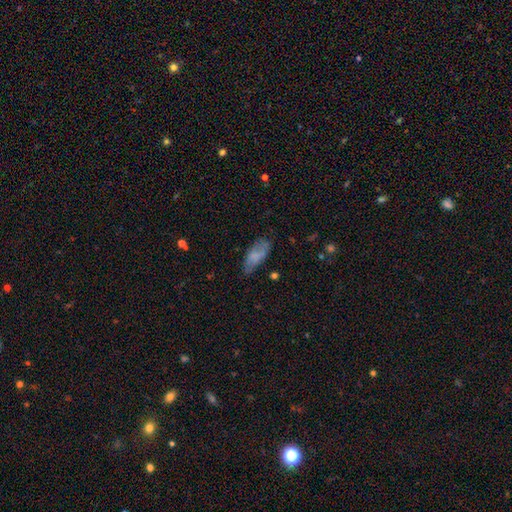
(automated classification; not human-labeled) Smooth or featured? Predicted: smooth (p=0.70). How rounded? Predicted: in between (p=0.83). Merging? Predicted: none (p=0.64).